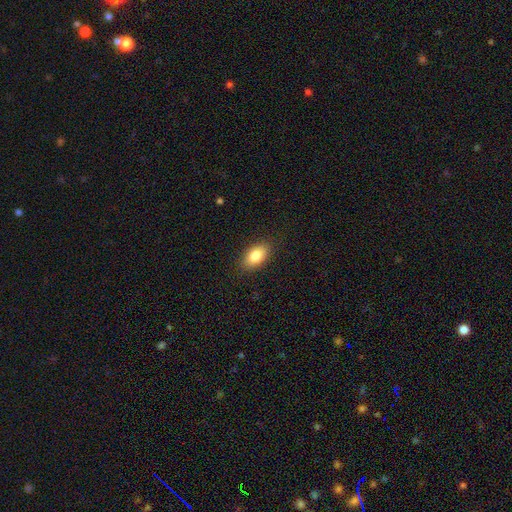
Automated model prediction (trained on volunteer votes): Q: Smooth or featured?
A: smooth (82%); runner-up: featured or disk (10%)
Q: How rounded?
A: in between (91%); runner-up: round (6%)
Q: Merging?
A: none (88%); runner-up: minor disturbance (9%)